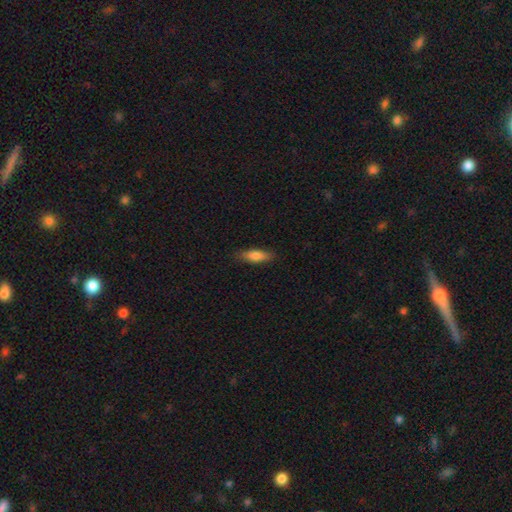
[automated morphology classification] A smooth galaxy with no disk features (77%) that is in between round and cigar-shaped (53%). Merging: none (85%).